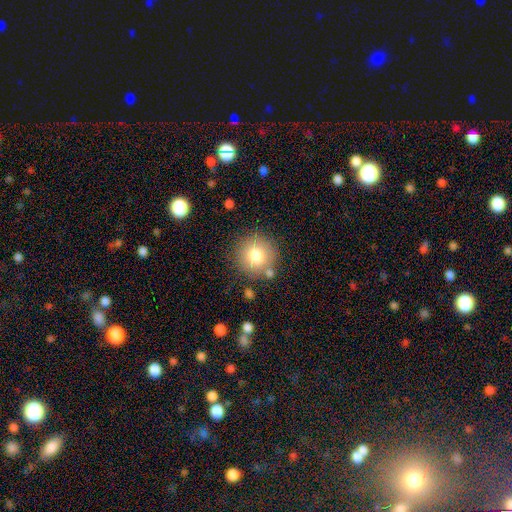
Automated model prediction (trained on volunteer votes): Overall: smooth (77%). How rounded: round (93%). Merging: none (80%).